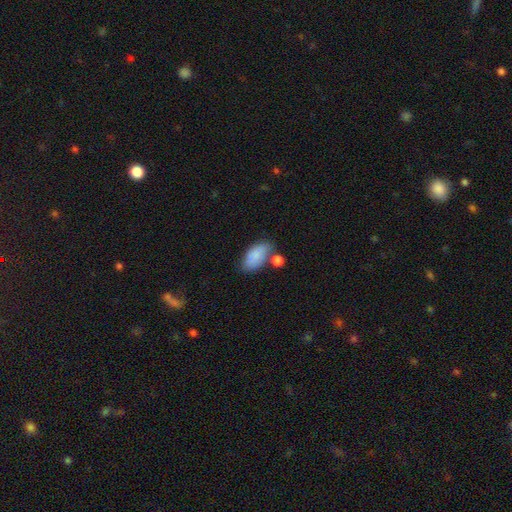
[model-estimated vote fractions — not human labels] Overall: smooth (81%). How rounded: in between (93%). Merging: none (52%; minor disturbance 22%).